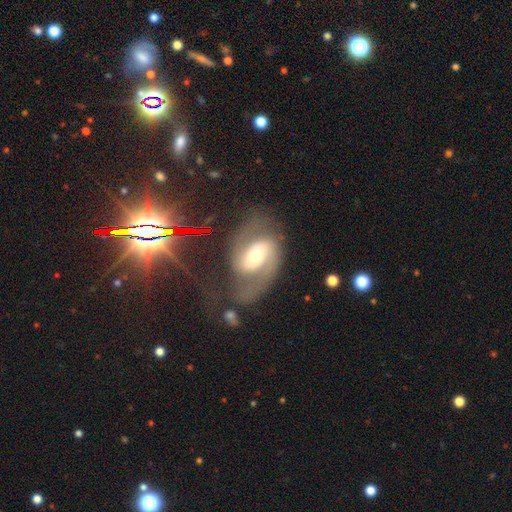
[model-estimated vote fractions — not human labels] Q: Smooth or featured?
A: featured or disk (79%); runner-up: smooth (12%)
Q: Edge-on disk?
A: no (96%); runner-up: yes (4%)
Q: Bar?
A: no (44%); runner-up: weak (37%)
Q: Spiral arms?
A: yes (93%); runner-up: no (7%)
Q: Spiral winding?
A: medium (50%); runner-up: loose (28%)
Q: Spiral arm count?
A: 2 (81%); runner-up: 1 (9%)
Q: Bulge size?
A: moderate (61%); runner-up: small (29%)
Q: Merging?
A: none (54%); runner-up: major disturbance (23%)